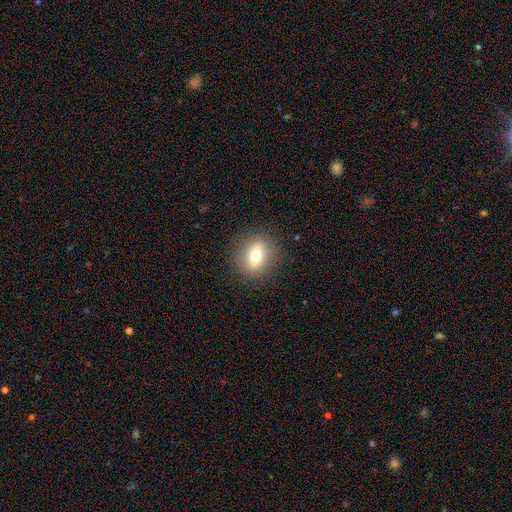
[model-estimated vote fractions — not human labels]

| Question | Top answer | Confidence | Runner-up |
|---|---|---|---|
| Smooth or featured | smooth | 65% | featured or disk (25%) |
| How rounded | round | 58% | in between (39%) |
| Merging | none | 88% | minor disturbance (8%) |